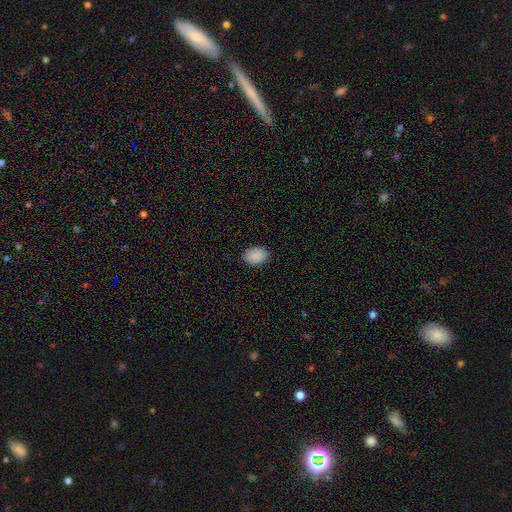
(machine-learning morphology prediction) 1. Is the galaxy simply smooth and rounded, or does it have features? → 90% smooth, 8% star or artifact, 3% featured or disk.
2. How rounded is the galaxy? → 74% in between, 25% round, 1% cigar-shaped.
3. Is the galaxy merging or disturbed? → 88% none, 9% minor disturbance, 2% major disturbance, 1% merger.